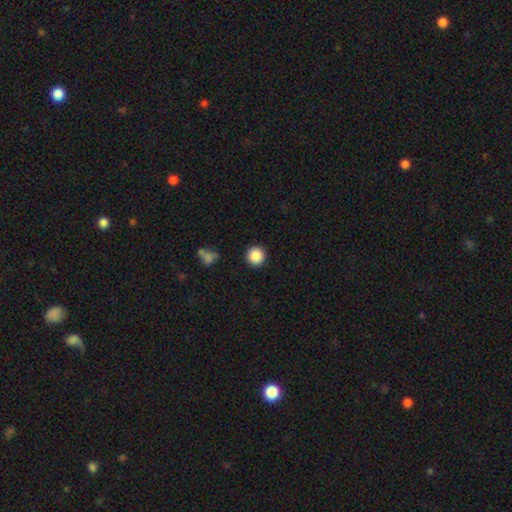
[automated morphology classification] Overall: smooth (88%). How rounded: round (95%). Merging: none (92%).